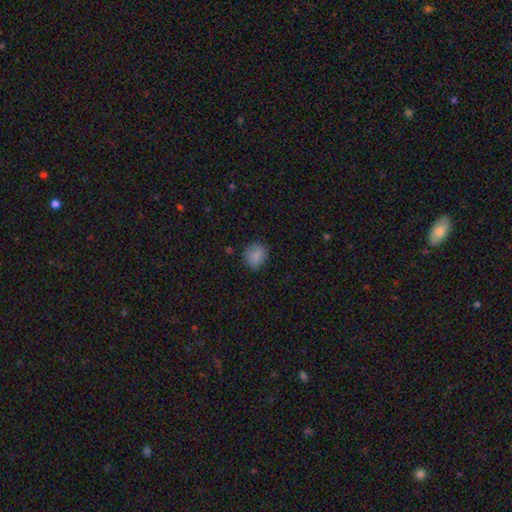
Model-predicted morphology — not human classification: The model was most divided on "how rounded": round: 77%, in between: 22%, cigar-shaped: 1%. More confident: smooth or featured — smooth (86%); merging — none (78%).